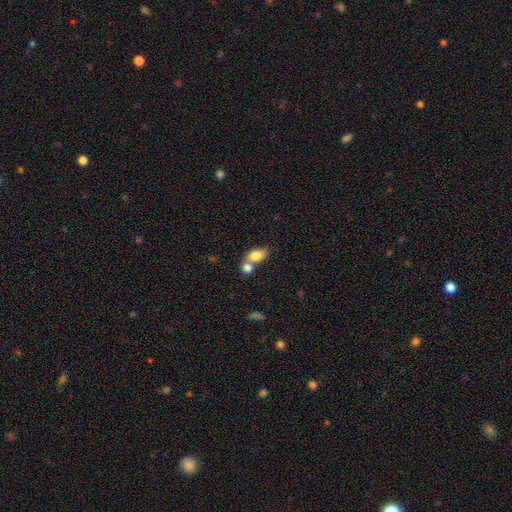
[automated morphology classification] This is likely a smooth galaxy (80%). How rounded: likely in between (78%). Merging: possibly merger (59%).